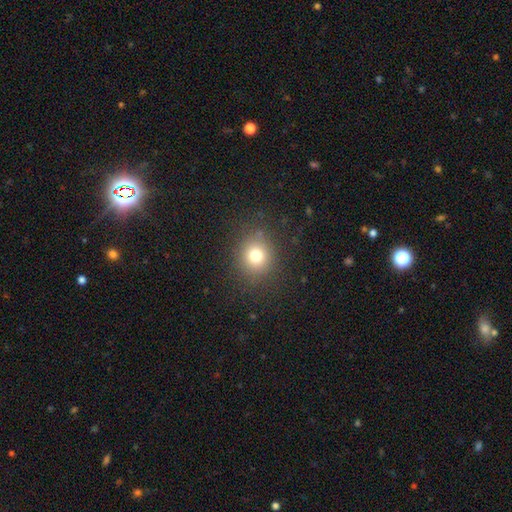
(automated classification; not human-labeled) smooth_or_featured: smooth (p=0.75) [alt: star or artifact p=0.15]
how_rounded: round (p=0.85) [alt: in between p=0.14]
merging: none (p=0.86) [alt: minor disturbance p=0.09]